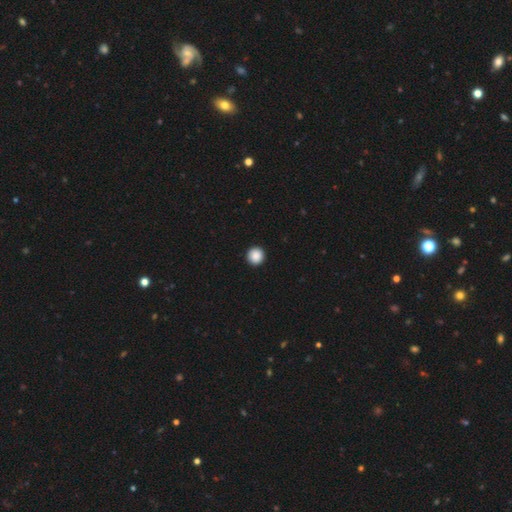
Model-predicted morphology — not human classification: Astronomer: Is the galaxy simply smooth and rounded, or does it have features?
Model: smooth — 89%.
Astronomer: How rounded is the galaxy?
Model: round — 94%.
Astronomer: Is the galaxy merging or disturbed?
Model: none — 94%.